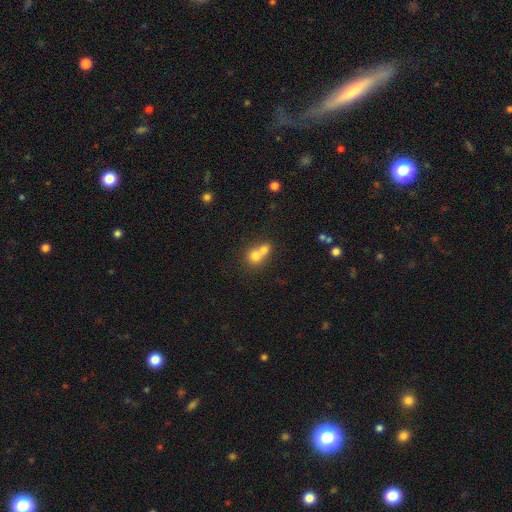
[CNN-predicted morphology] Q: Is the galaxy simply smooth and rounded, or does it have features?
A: smooth — 72%.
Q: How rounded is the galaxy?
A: round — 75%.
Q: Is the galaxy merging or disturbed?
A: merger — 68%.